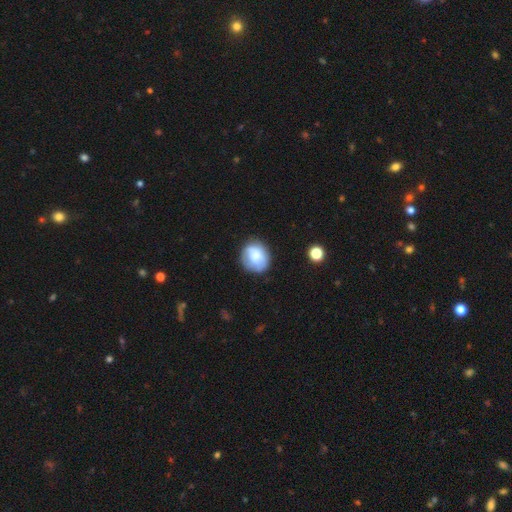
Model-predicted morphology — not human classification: Smooth or featured? Predicted: smooth (p=0.69). How rounded? Predicted: round (p=0.75). Merging? Predicted: none (p=0.70).